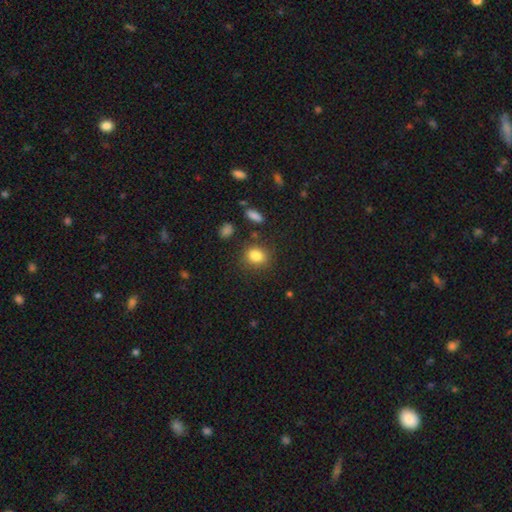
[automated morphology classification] Smooth or featured: smooth — 84% (star or artifact — 10%)
How rounded: in between — 50% (round — 48%)
Merging: none — 80% (minor disturbance — 12%)